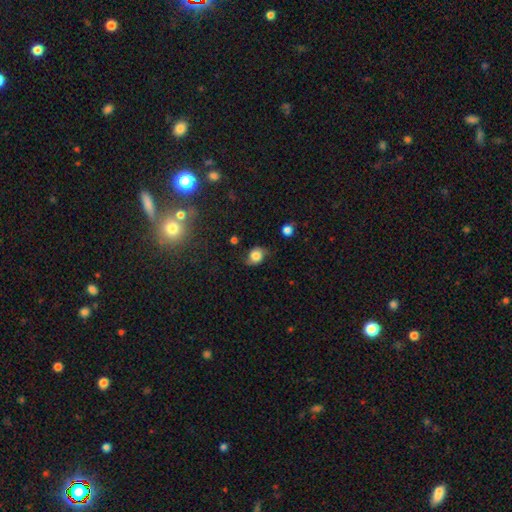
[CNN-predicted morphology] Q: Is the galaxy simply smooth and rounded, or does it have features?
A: smooth — 60%.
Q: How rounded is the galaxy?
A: in between — 51%.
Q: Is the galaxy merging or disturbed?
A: none — 64%.